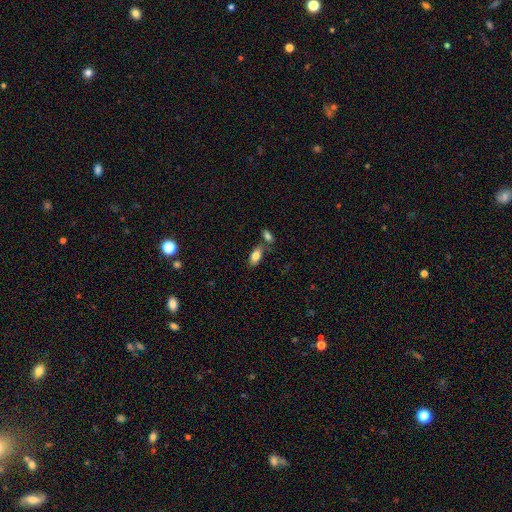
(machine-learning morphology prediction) smooth_or_featured: smooth (p=0.83) [alt: featured or disk p=0.10]
how_rounded: in between (p=0.90) [alt: cigar-shaped p=0.07]
merging: none (p=0.62) [alt: merger p=0.23]